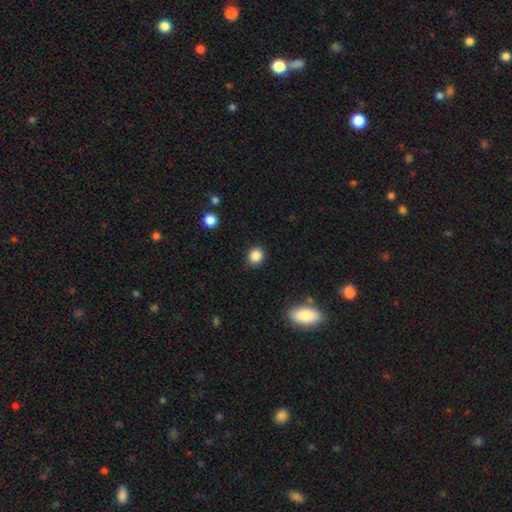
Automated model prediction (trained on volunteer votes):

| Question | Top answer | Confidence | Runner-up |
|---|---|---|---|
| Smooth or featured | smooth | 86% | star or artifact (10%) |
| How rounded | round | 81% | in between (18%) |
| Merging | none | 87% | minor disturbance (9%) |